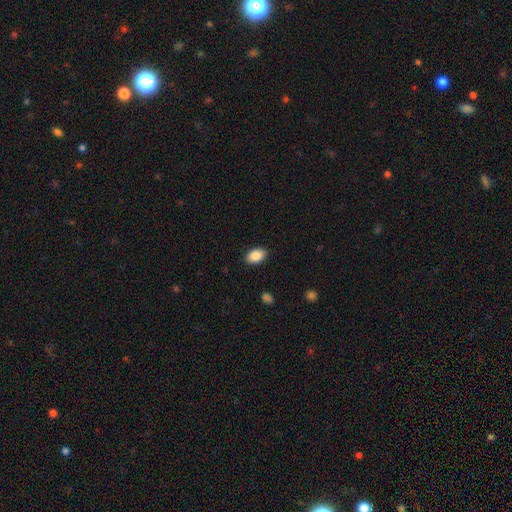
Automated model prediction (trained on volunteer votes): smooth_or_featured: smooth (p=0.87) [alt: star or artifact p=0.07]
how_rounded: in between (p=0.90) [alt: round p=0.09]
merging: none (p=0.89) [alt: minor disturbance p=0.08]